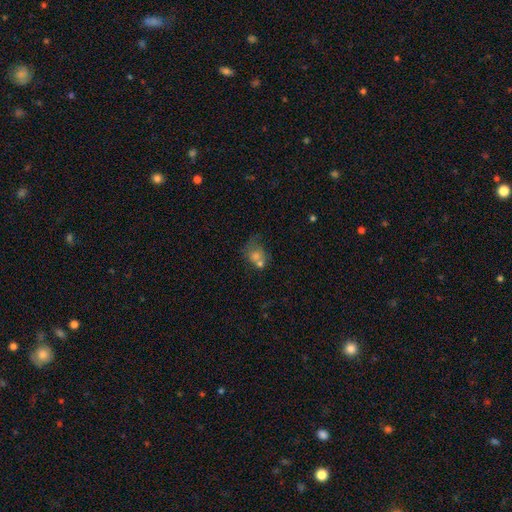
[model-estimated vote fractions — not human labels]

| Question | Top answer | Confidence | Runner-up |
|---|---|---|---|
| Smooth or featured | smooth | 58% | featured or disk (25%) |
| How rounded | round | 50% | in between (48%) |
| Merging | merger | 38% | none (28%) |